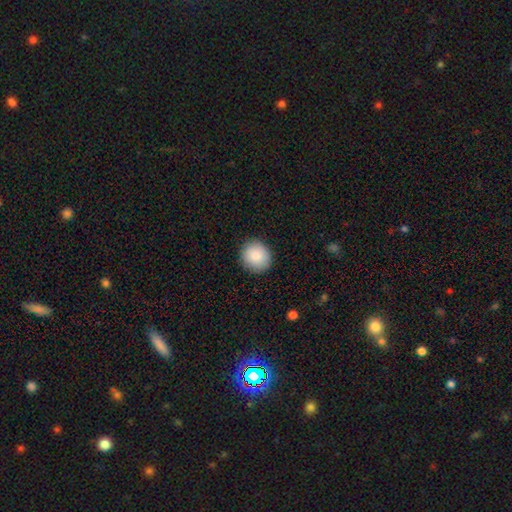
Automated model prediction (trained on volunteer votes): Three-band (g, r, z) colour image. It shows a smooth galaxy with no disk features (87%) that is round (86%). Merging: none (90%).